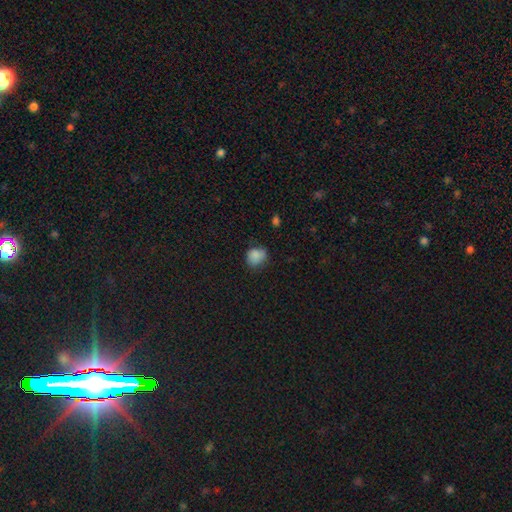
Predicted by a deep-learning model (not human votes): The model was most divided on "how rounded": round: 66%, in between: 33%, cigar-shaped: 1%. More confident: smooth or featured — smooth (85%); merging — none (64%).